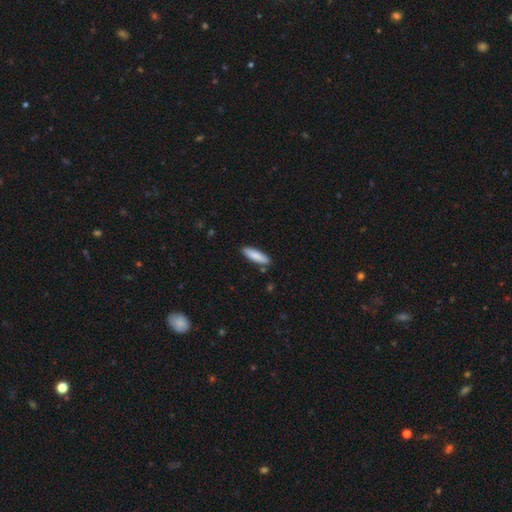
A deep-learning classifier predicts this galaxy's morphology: smooth-or-featured: smooth: 85% | featured or disk: 10% | star or artifact: 6%
  how-rounded: cigar-shaped: 59% | in between: 40% | round: 1%
  merging: none: 86% | minor disturbance: 10% | merger: 2% | major disturbance: 2%